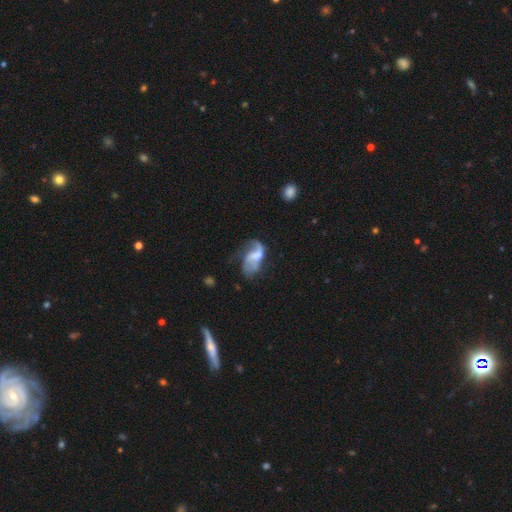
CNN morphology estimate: Smooth or featured? Predicted: featured or disk (p=0.63). Edge-on disk? Predicted: no (p=0.96). Bar? Predicted: no (p=0.49). Spiral arms? Predicted: yes (p=0.68). Bulge size? Predicted: none (p=0.35). Merging? Predicted: major disturbance (p=0.41).